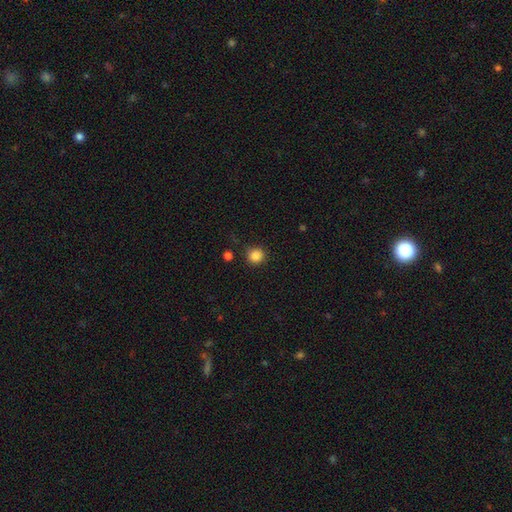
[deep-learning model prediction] Q: Smooth or featured?
A: smooth (85%); runner-up: star or artifact (11%)
Q: How rounded?
A: round (93%); runner-up: in between (6%)
Q: Merging?
A: none (88%); runner-up: minor disturbance (7%)